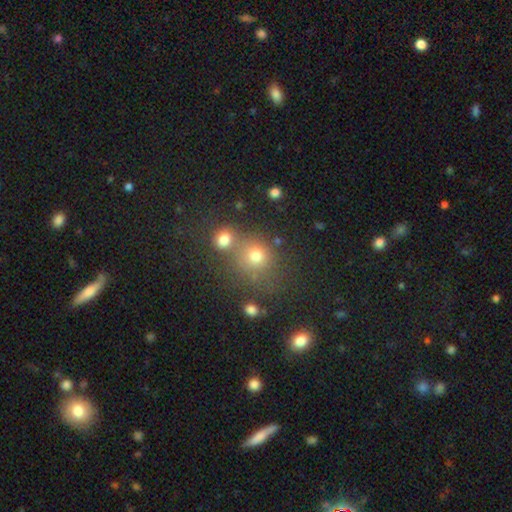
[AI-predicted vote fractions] smooth-or-featured: smooth: 73% | star or artifact: 18% | featured or disk: 9%
  how-rounded: round: 82% | in between: 17% | cigar-shaped: 1%
  merging: none: 57% | merger: 28% | minor disturbance: 10% | major disturbance: 5%